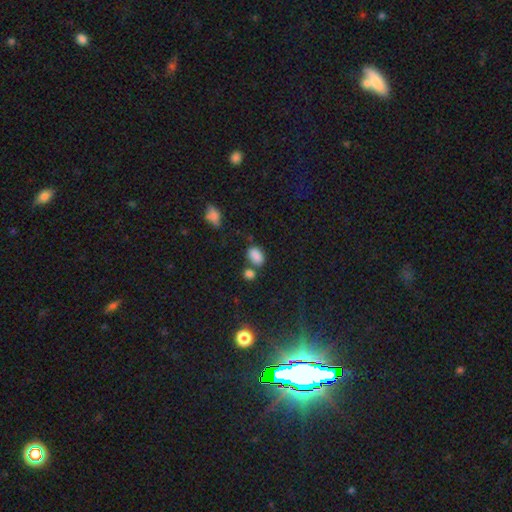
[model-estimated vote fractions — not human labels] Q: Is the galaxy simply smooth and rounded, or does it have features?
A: smooth — 85%.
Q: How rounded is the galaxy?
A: in between — 86%.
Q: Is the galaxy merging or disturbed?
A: none — 57%.